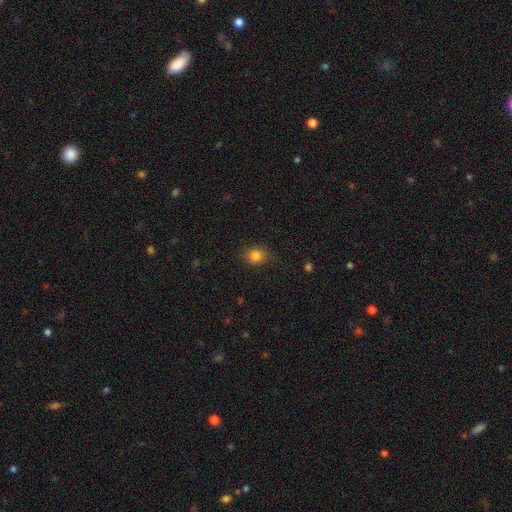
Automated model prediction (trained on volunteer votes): The model was most divided on "how rounded": round: 75%, in between: 24%, cigar-shaped: 1%. More confident: smooth or featured — smooth (83%); merging — none (82%).